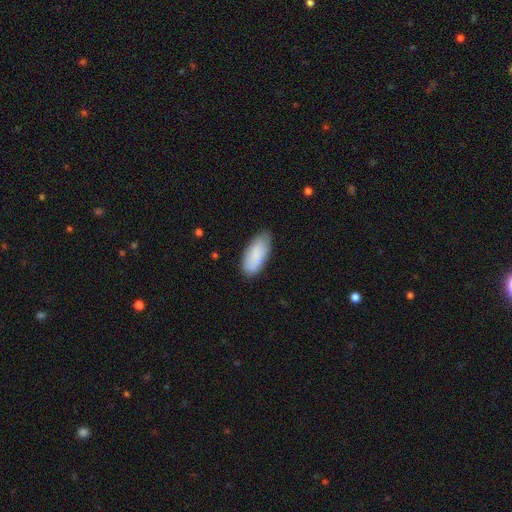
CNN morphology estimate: This appears to be a smooth galaxy with no disk features (84%) that is in between round and cigar-shaped (89%). Merging: none (77%).